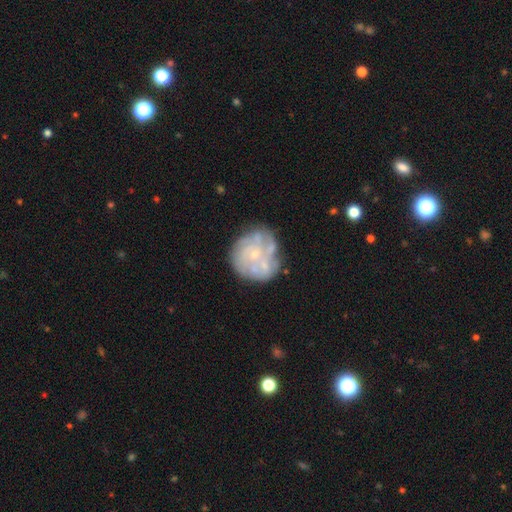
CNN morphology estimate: This appears to be a featured or disk galaxy (73%) with no bar (83%), spiral arms (68%) and a small central bulge (76%). Merging: none (60%).